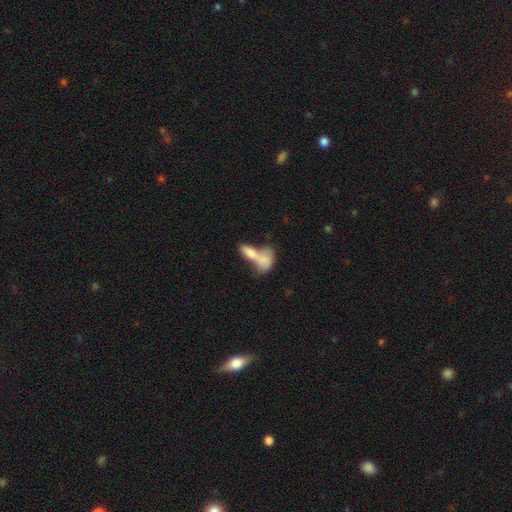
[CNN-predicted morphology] Smooth or featured: smooth — 66% (featured or disk — 24%)
How rounded: in between — 73% (cigar-shaped — 20%)
Merging: merger — 67% (none — 18%)